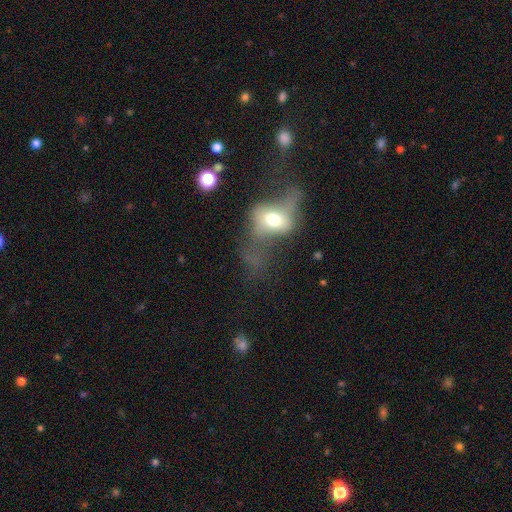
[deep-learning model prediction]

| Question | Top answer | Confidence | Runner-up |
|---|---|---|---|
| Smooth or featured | featured or disk | 61% | smooth (25%) |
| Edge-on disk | no | 80% | yes (20%) |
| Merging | major disturbance | 39% | none (34%) |